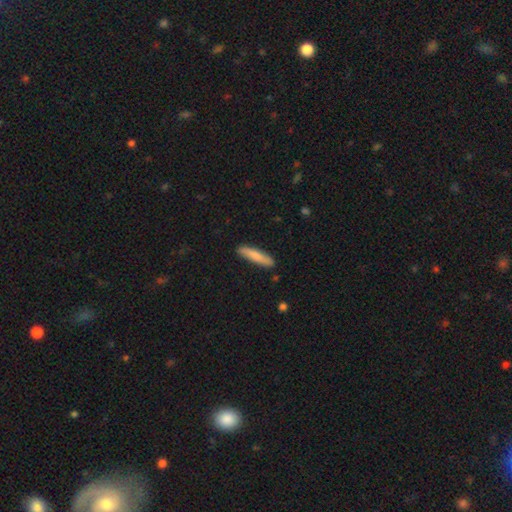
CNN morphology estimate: This is likely a smooth galaxy (79%). How rounded: clearly cigar-shaped (85%). Merging: clearly none (88%).